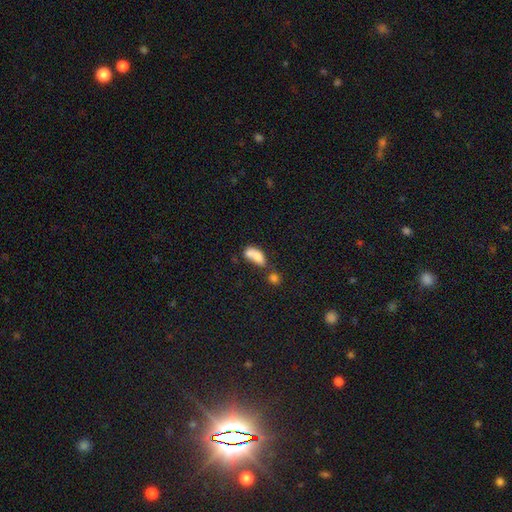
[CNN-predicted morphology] This appears to be a smooth galaxy with no disk features (72%) that is in between round and cigar-shaped (82%). Merging: merger (62%).